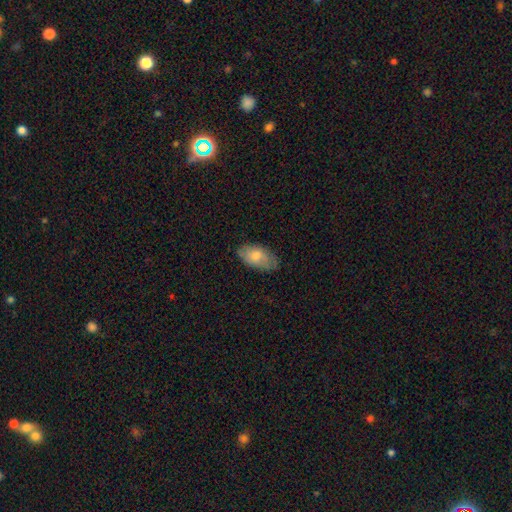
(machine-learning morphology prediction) Smooth or featured?
  - smooth: 71% *
  - featured or disk: 22%
  - star or artifact: 7%
How rounded?
  - in between: 93% *
  - round: 4%
  - cigar-shaped: 3%
Merging?
  - none: 76% *
  - minor disturbance: 20%
  - major disturbance: 3%
  - merger: 1%